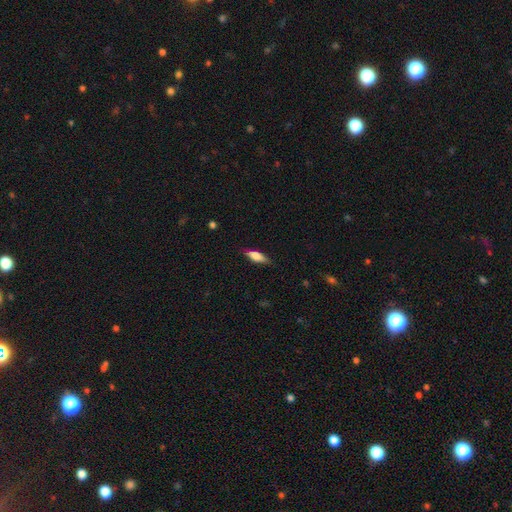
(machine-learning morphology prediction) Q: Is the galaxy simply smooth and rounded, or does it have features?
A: smooth — 67%.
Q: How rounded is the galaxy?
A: in between — 54%.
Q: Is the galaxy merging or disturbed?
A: none — 80%.